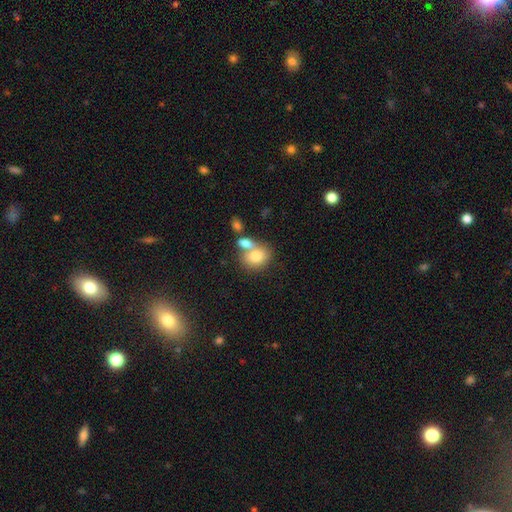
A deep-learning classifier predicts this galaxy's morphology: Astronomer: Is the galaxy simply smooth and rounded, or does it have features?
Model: smooth — 78%.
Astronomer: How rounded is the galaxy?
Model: in between — 54% (runner-up: round, 45%).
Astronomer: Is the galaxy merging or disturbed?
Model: merger — 45% (runner-up: none, 39%).